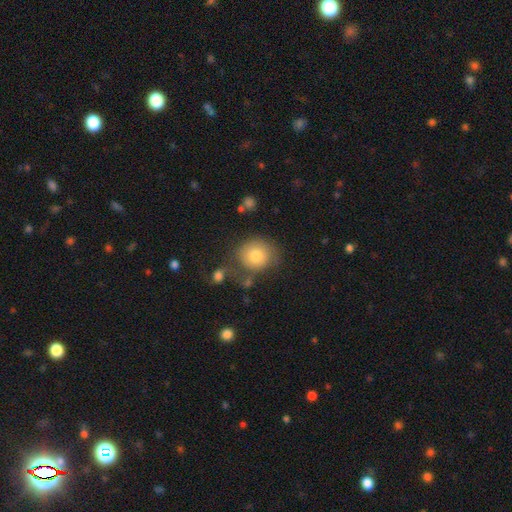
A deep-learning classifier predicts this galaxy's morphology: This appears to be a smooth galaxy with no disk features (76%) that is round (80%). Merging: none (60%).